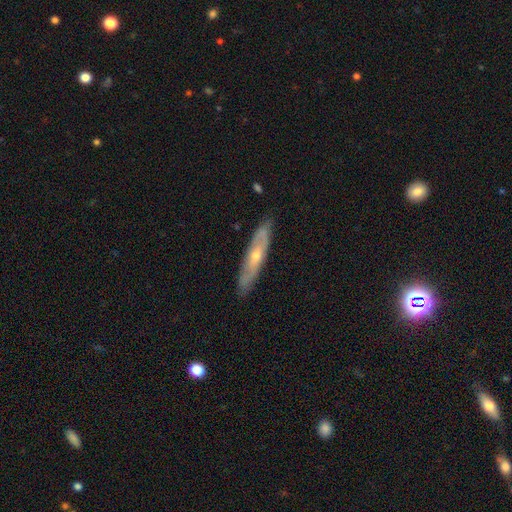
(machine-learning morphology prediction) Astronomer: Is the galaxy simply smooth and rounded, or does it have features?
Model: featured or disk — 60%.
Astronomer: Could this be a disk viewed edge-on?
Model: yes — 56% (runner-up: no, 44%).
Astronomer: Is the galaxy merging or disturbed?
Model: none — 84%.